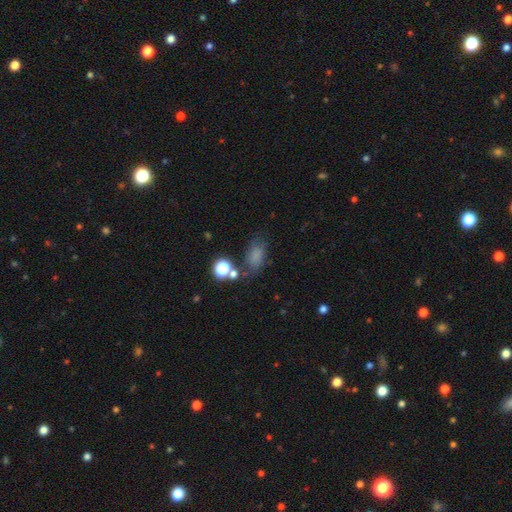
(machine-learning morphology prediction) Smooth or featured: smooth — 69% (star or artifact — 16%)
How rounded: in between — 81% (round — 15%)
Merging: none — 57% (minor disturbance — 23%)